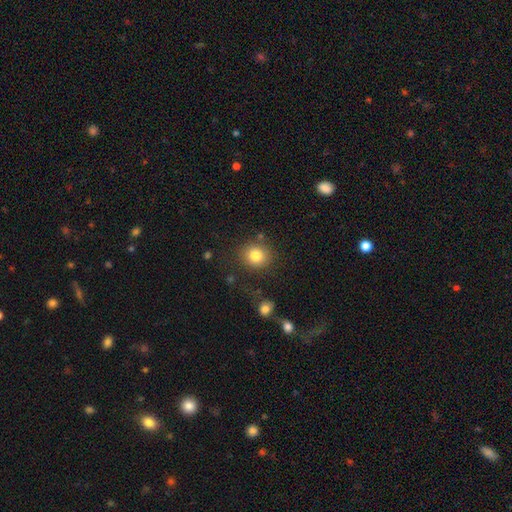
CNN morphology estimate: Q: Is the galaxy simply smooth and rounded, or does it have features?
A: smooth — 82%.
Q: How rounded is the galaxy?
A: round — 84%.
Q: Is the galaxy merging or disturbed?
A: none — 81%.